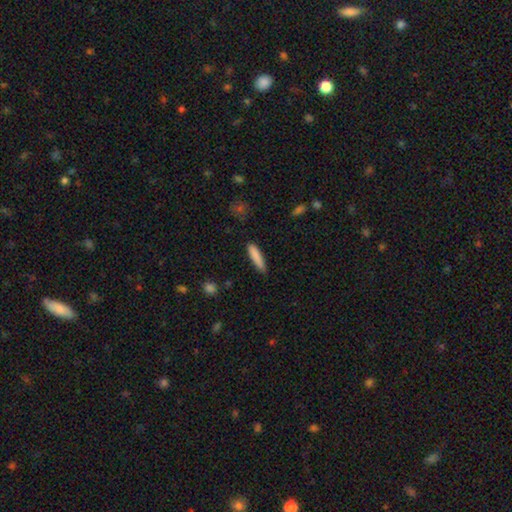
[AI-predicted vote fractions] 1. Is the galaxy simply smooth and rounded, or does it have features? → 84% smooth, 9% featured or disk, 7% star or artifact.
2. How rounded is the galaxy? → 84% cigar-shaped, 14% in between, 1% round.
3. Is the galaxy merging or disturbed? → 82% none, 14% minor disturbance, 3% major disturbance, 2% merger.